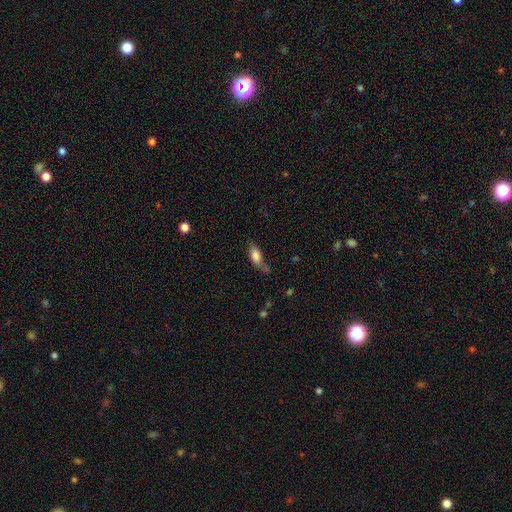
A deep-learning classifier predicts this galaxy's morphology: This appears to be a smooth galaxy with no disk features (78%) that is in between round and cigar-shaped (82%). Merging: none (49%).